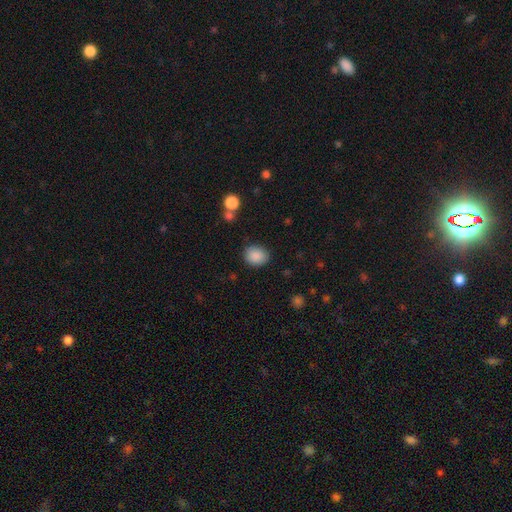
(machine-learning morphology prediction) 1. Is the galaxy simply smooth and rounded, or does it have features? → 88% smooth, 8% star or artifact, 3% featured or disk.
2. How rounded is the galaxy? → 59% round, 40% in between, 1% cigar-shaped.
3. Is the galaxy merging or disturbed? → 83% none, 12% minor disturbance, 3% major disturbance, 2% merger.